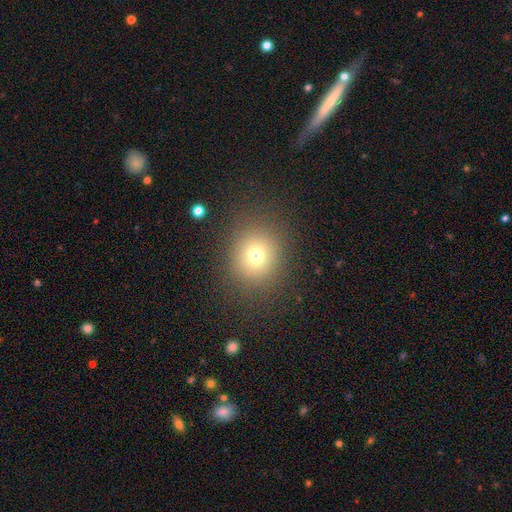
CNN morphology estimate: Smooth or featured?
  - smooth: 72% *
  - star or artifact: 17%
  - featured or disk: 12%
How rounded?
  - round: 81% *
  - in between: 19%
  - cigar-shaped: 1%
Merging?
  - none: 84% *
  - minor disturbance: 9%
  - major disturbance: 6%
  - merger: 1%